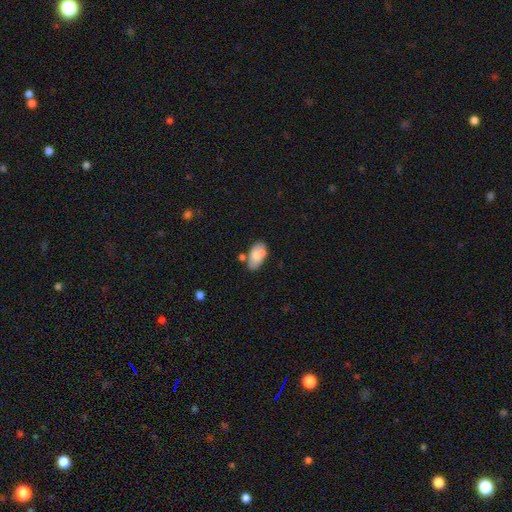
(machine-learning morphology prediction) Overall: smooth (70%). How rounded: in between (93%). Merging: none (53%; minor disturbance 21%).